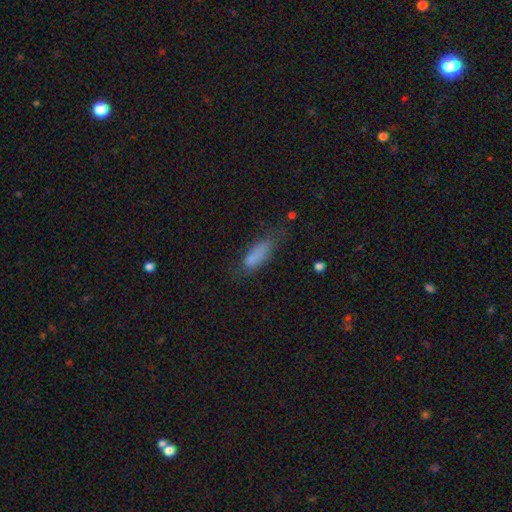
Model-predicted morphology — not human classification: Smooth or featured: smooth — 79% (featured or disk — 11%)
How rounded: in between — 61% (cigar-shaped — 37%)
Merging: none — 48% (minor disturbance — 32%)